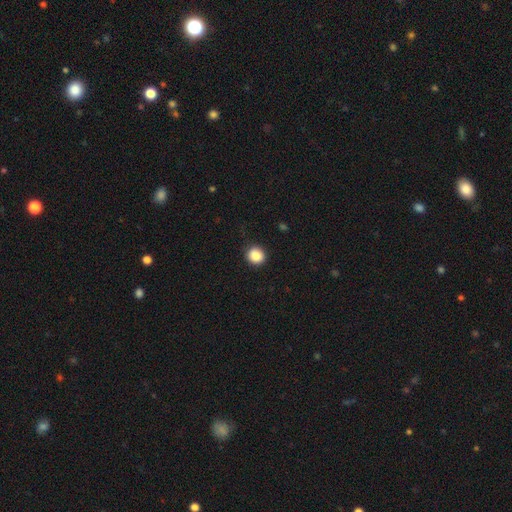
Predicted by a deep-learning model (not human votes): Smooth or featured: smooth — 86% (star or artifact — 9%)
How rounded: round — 89% (in between — 11%)
Merging: none — 89% (minor disturbance — 8%)